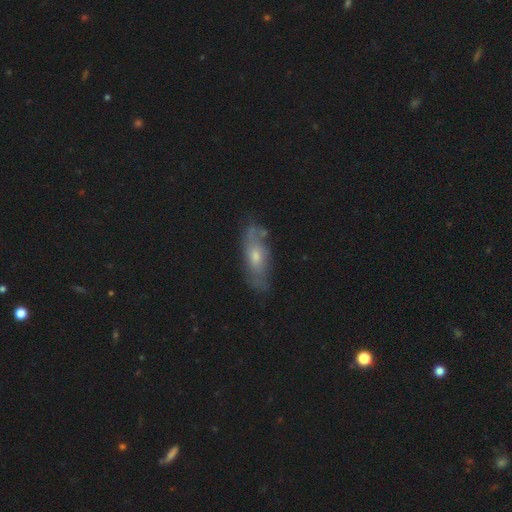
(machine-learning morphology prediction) This appears to be a featured or disk galaxy (48%). Merging: none (69%).